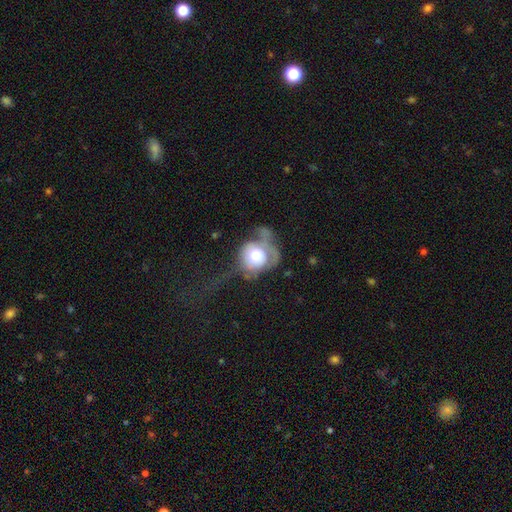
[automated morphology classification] The model was most divided on "smooth or featured": smooth: 55%, featured or disk: 37%, star or artifact: 7%. More confident: how rounded — round (73%); merging — major disturbance (51%).